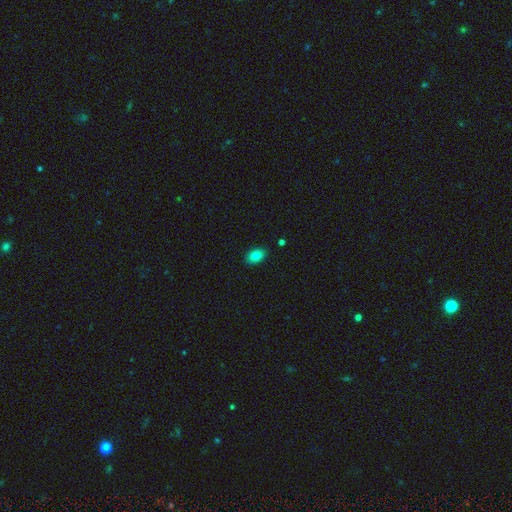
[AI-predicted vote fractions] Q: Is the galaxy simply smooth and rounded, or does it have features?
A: smooth — 83%.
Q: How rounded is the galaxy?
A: in between — 89%.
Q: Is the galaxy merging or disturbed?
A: none — 88%.